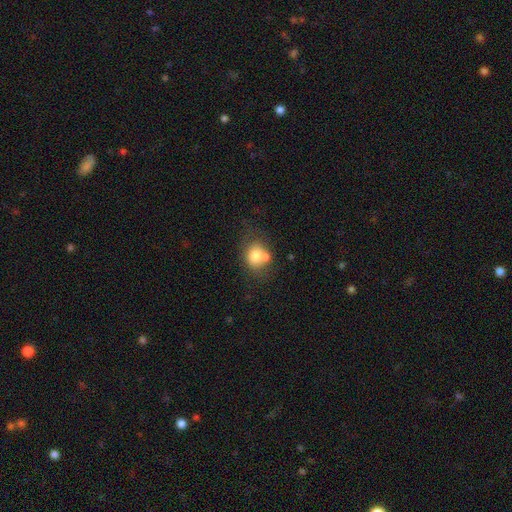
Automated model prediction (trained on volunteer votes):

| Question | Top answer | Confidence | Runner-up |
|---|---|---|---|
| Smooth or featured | smooth | 73% | featured or disk (17%) |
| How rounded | round | 65% | in between (34%) |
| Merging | none | 43% | merger (37%) |